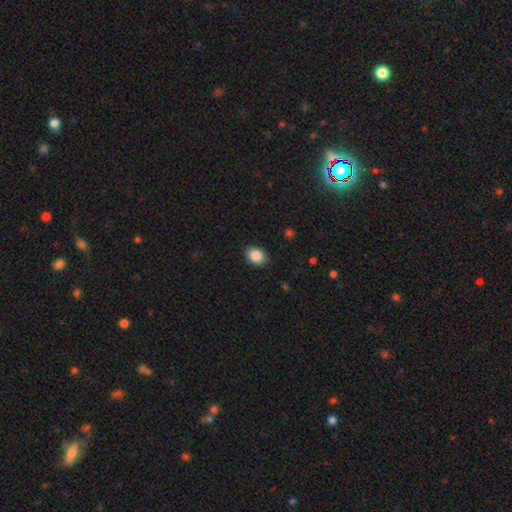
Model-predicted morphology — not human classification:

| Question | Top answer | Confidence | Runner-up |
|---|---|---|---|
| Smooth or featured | smooth | 88% | star or artifact (8%) |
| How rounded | in between | 63% | round (36%) |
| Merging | none | 86% | minor disturbance (11%) |